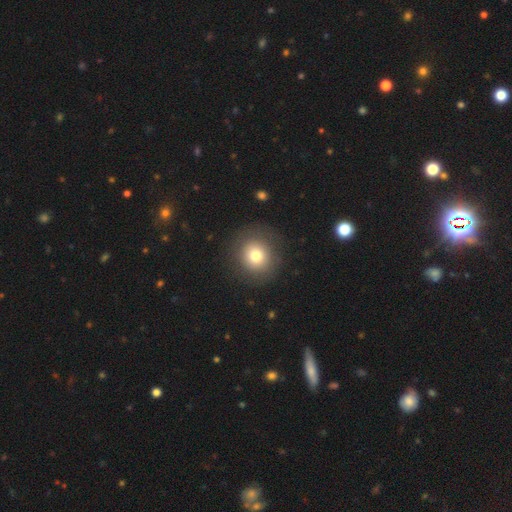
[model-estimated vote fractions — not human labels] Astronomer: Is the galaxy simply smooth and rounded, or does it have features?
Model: smooth — 76%.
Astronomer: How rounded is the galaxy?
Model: round — 88%.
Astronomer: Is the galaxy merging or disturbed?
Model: none — 86%.